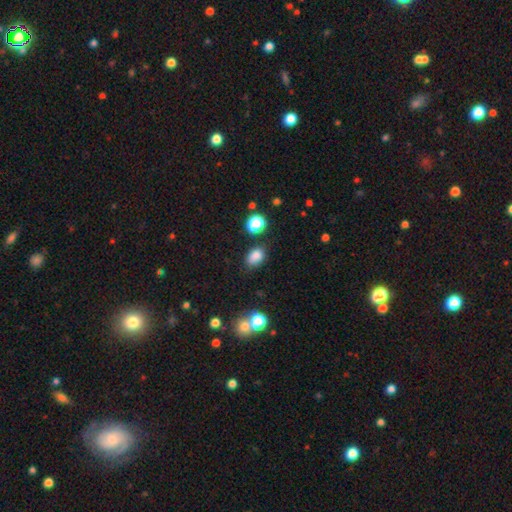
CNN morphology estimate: smooth_or_featured: smooth (p=0.82) [alt: star or artifact p=0.12]
how_rounded: in between (p=0.76) [alt: round p=0.22]
merging: none (p=0.74) [alt: minor disturbance p=0.17]